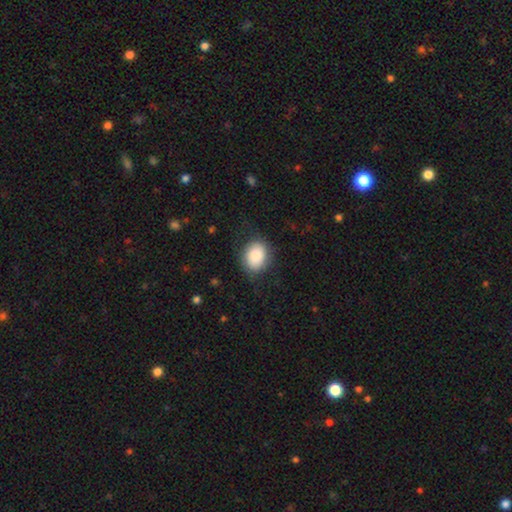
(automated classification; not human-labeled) A smooth galaxy with no disk features (84%) that is in between round and cigar-shaped (59%).

Vote fractions:
- Smooth or featured? smooth: 84% / featured or disk: 9% / star or artifact: 7%
- How rounded? in between: 59% / round: 40% / cigar-shaped: 1%
- Merging? none: 78% / minor disturbance: 15% / major disturbance: 6% / merger: 1%